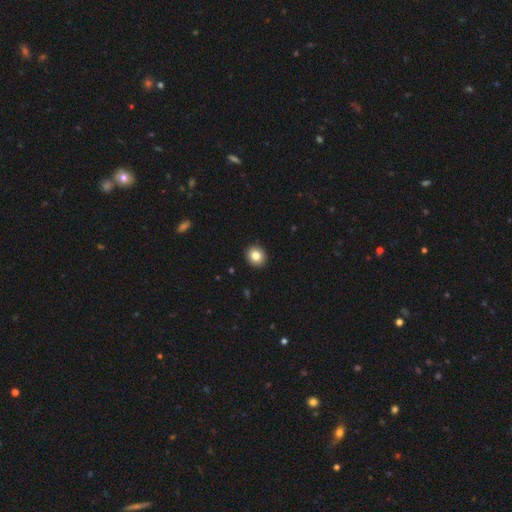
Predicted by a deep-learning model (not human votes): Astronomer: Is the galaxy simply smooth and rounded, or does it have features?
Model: smooth — 83%.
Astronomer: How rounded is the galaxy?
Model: round — 83%.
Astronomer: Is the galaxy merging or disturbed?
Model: none — 92%.